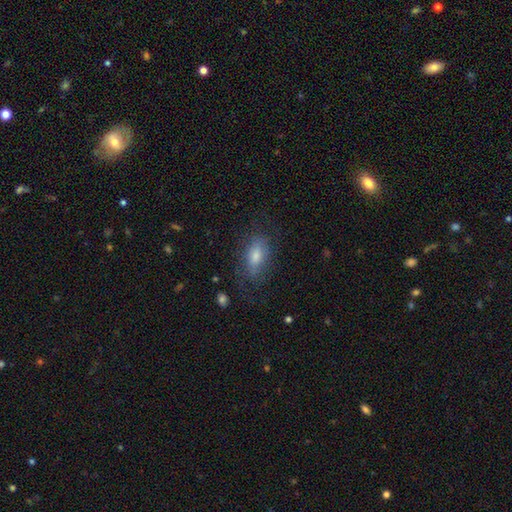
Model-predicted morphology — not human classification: This is possibly a smooth galaxy (58%). How rounded: clearly in between (85%). Merging: likely none (68%).